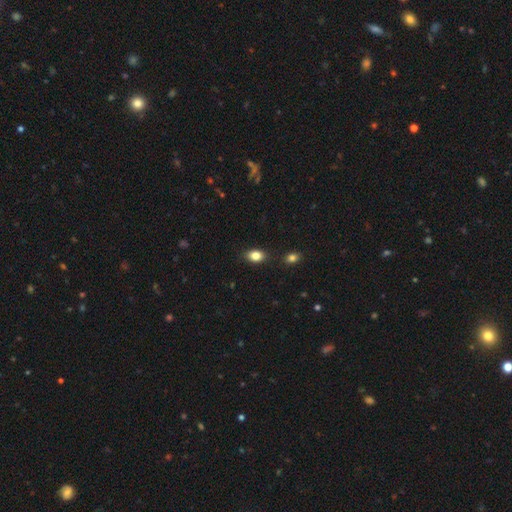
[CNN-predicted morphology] Smooth or featured? Predicted: smooth (p=0.84). How rounded? Predicted: in between (p=0.82). Merging? Predicted: none (p=0.86).